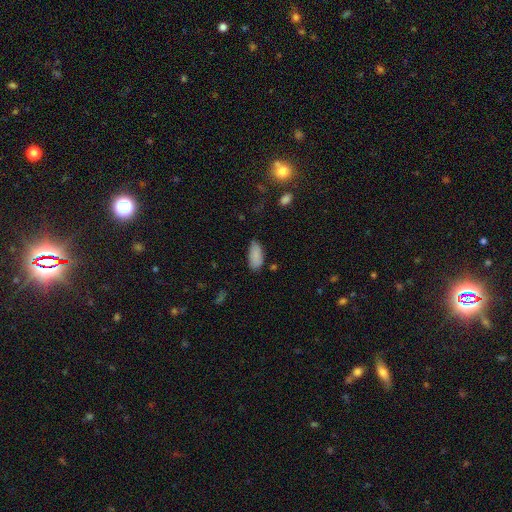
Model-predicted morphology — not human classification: This is clearly a smooth galaxy (87%). How rounded: clearly in between (91%). Merging: likely none (75%).